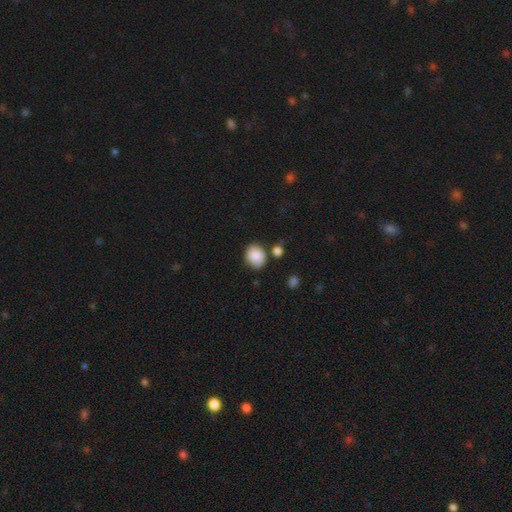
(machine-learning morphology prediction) Smooth or featured?
  - smooth: 87% *
  - star or artifact: 8%
  - featured or disk: 5%
How rounded?
  - round: 59% *
  - in between: 40%
  - cigar-shaped: 1%
Merging?
  - none: 73% *
  - minor disturbance: 15%
  - merger: 7%
  - major disturbance: 4%